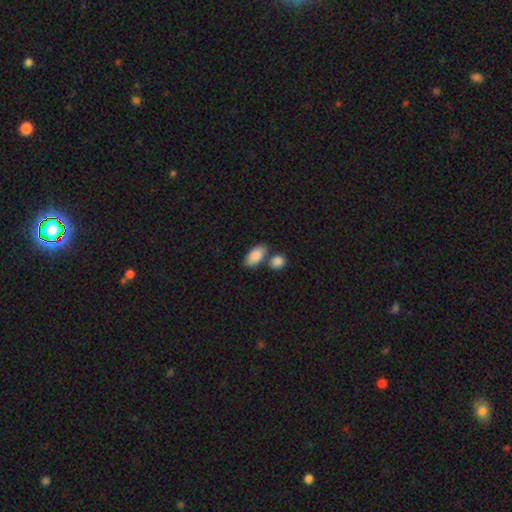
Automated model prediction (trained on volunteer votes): smooth-or-featured: smooth: 86% | featured or disk: 7% | star or artifact: 6%
  how-rounded: in between: 92% | round: 5% | cigar-shaped: 3%
  merging: none: 53% | merger: 29% | minor disturbance: 13% | major disturbance: 4%